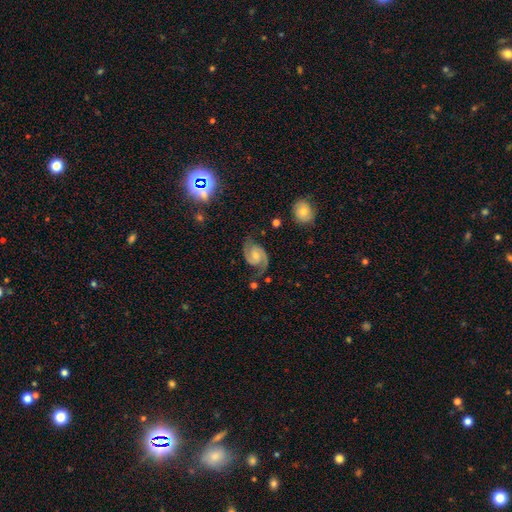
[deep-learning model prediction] Smooth or featured? Predicted: featured or disk (p=0.88). Edge-on disk? Predicted: no (p=0.98). Bar? Predicted: no (p=0.56). Spiral arms? Predicted: yes (p=0.98). Spiral winding? Predicted: medium (p=0.55). Spiral arm count? Predicted: 2 (p=0.93). Bulge size? Predicted: moderate (p=0.49). Merging? Predicted: none (p=0.76).